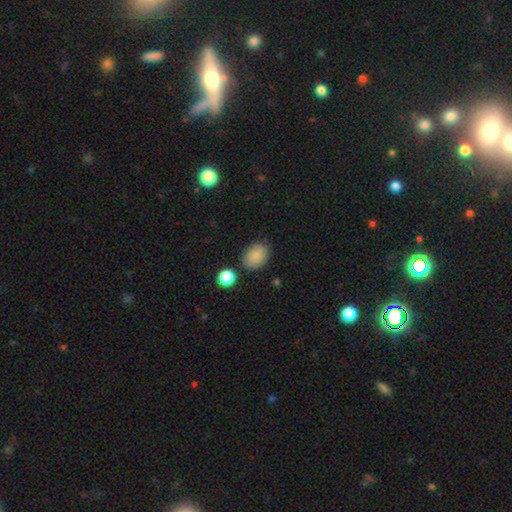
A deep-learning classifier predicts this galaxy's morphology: Smooth or featured? smooth (87%)
How rounded? in between (71%)
Merging? none (81%)